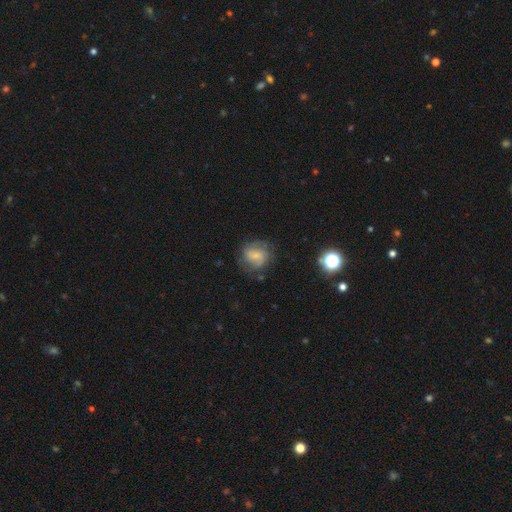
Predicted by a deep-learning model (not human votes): Smooth or featured? featured or disk (50%)
Merging? none (67%)